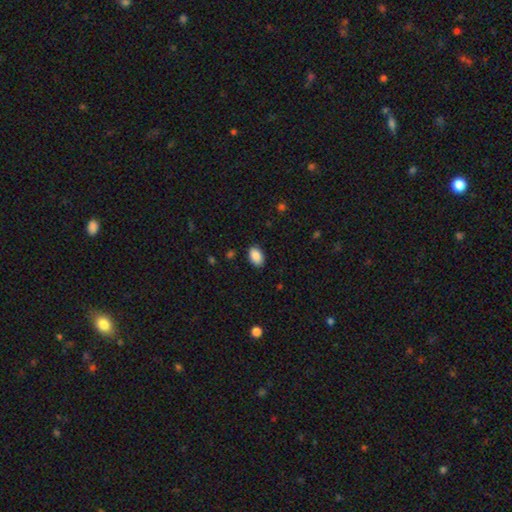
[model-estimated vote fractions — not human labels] This appears to be a smooth galaxy with no disk features (89%) that is in between round and cigar-shaped (89%). Merging: none (86%).